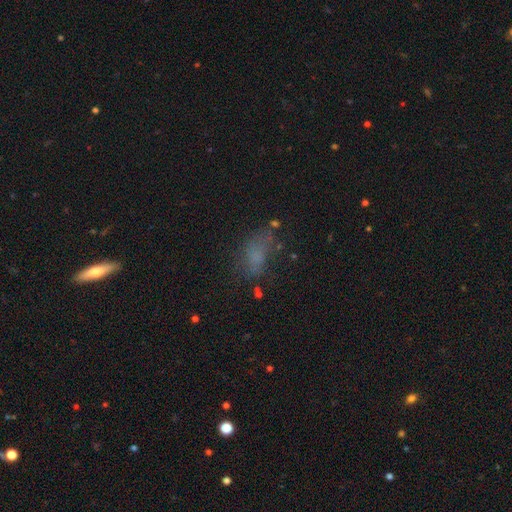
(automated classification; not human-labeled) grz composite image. It shows a smooth galaxy with no disk features (59%) that is in between round and cigar-shaped (83%). Merging: none (47%).